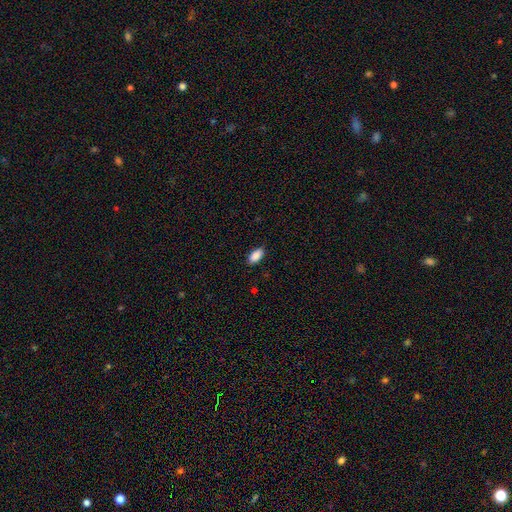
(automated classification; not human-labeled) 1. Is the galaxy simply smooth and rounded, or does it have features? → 89% smooth, 7% star or artifact, 4% featured or disk.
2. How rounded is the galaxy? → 92% in between, 5% cigar-shaped, 3% round.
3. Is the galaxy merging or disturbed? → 85% none, 11% minor disturbance, 2% major disturbance, 1% merger.